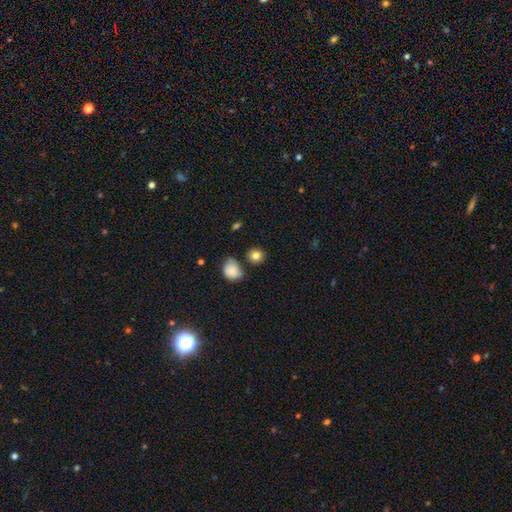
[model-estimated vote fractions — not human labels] smooth-or-featured: smooth: 84% | star or artifact: 10% | featured or disk: 6%
  how-rounded: round: 84% | in between: 15% | cigar-shaped: 1%
  merging: none: 77% | minor disturbance: 13% | merger: 7% | major disturbance: 3%